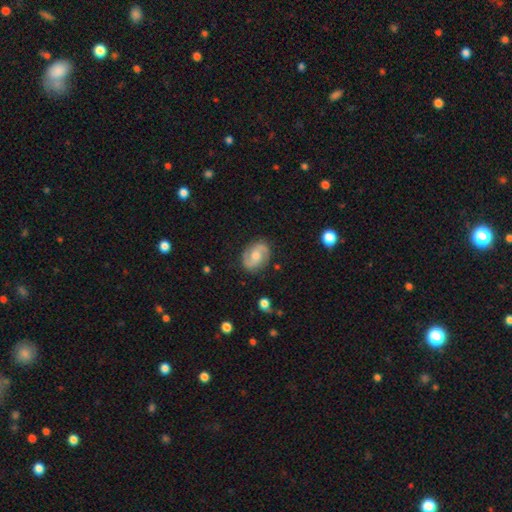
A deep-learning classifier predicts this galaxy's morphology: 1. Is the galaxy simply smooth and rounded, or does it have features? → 78% featured or disk, 16% smooth, 6% star or artifact.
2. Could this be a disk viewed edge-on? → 97% no, 3% yes.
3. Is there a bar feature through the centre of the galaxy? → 50% no, 40% weak, 10% strong.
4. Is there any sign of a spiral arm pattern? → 94% yes, 6% no.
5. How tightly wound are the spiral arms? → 49% medium, 28% loose, 23% tight.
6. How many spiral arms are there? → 92% 2, 4% can't tell, 1% 1, 1% 3, 1% 4, 1% more than 4.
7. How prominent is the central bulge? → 64% moderate, 27% small, 5% large, 3% none, 1% dominant.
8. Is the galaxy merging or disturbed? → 84% none, 12% minor disturbance, 3% major disturbance, 1% merger.